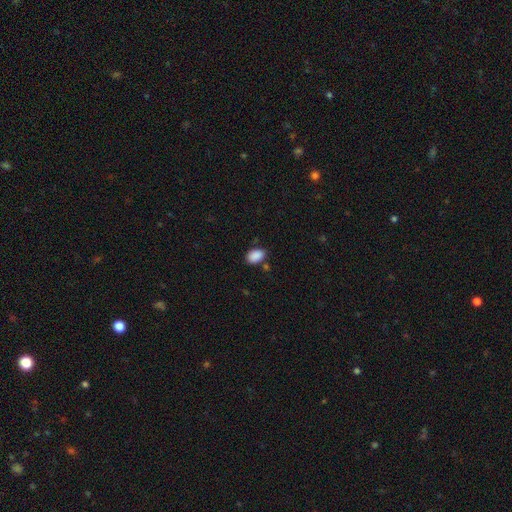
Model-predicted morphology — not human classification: type=smooth (89%); roundness=in between (89%); merging=none (79%).